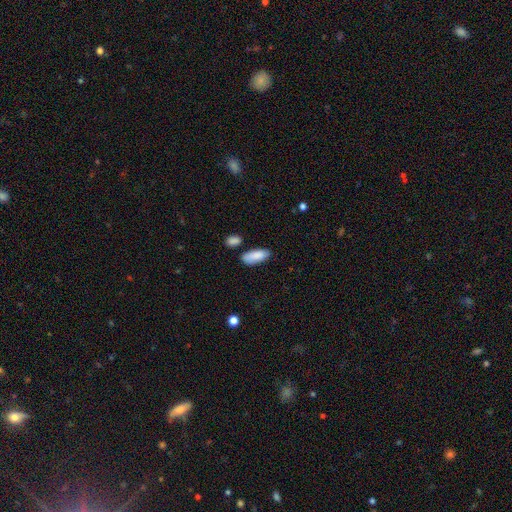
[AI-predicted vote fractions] Smooth or featured? smooth (88%)
How rounded? in between (81%)
Merging? none (72%)